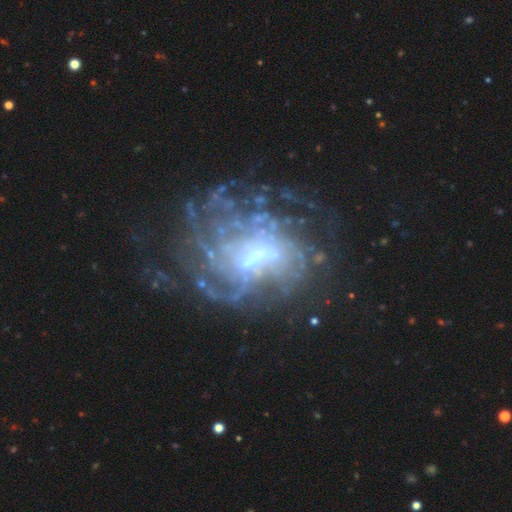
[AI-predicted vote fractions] The model was most divided on "bulge size": moderate: 35%, small: 33%, none: 21%, large: 9%, dominant: 2%. Remaining: edge-on disk — no (97%); smooth or featured — featured or disk (81%); spiral arms — yes (79%); merging — none (50%); spiral arm count — can't tell (47%); bar — weak (45%); spiral winding — tight (42%).